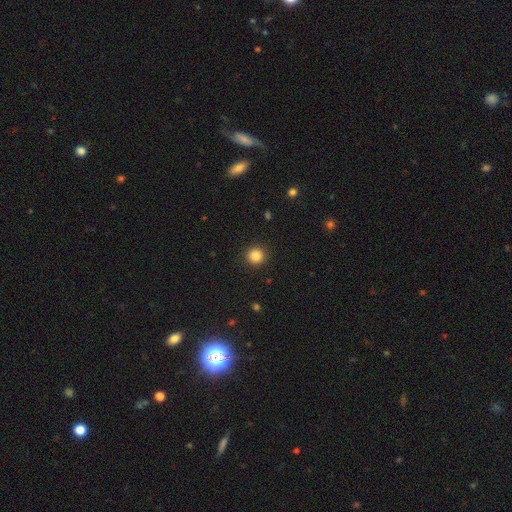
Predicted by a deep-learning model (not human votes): The model was most divided on "smooth or featured": smooth: 85%, star or artifact: 11%, featured or disk: 4%. More confident: how rounded — round (94%); merging — none (92%).